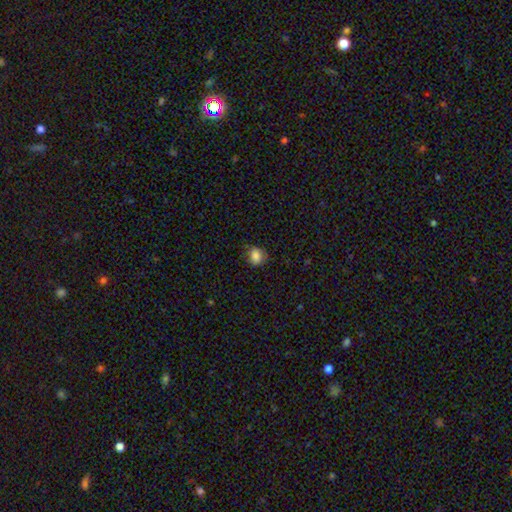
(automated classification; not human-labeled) Overall: smooth (85%). How rounded: round (61%; in between 38%). Merging: none (73%).